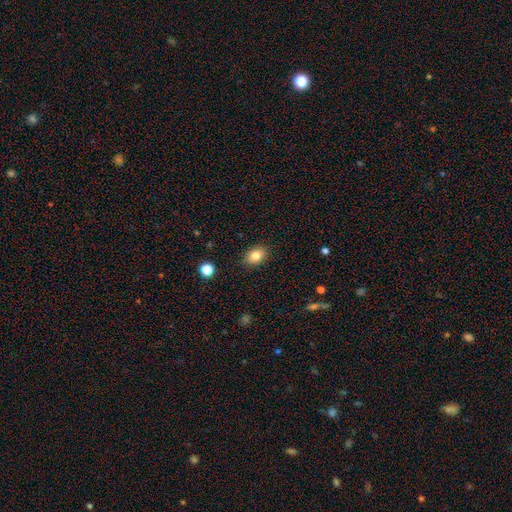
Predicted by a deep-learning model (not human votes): This appears to be a smooth galaxy with no disk features (83%) that is in between round and cigar-shaped (78%). Merging: none (87%).